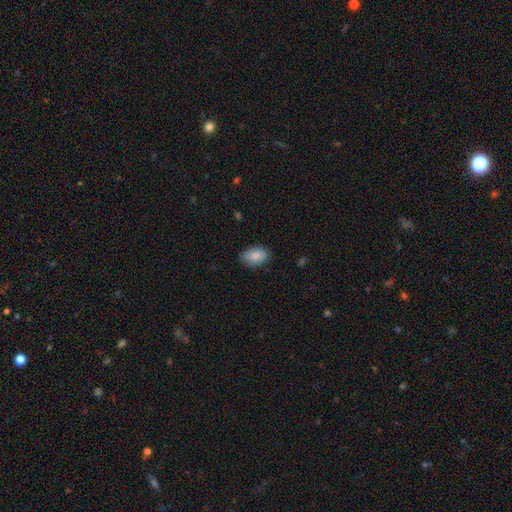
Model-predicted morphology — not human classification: Smooth or featured? Predicted: smooth (p=0.85). How rounded? Predicted: in between (p=0.90). Merging? Predicted: none (p=0.81).